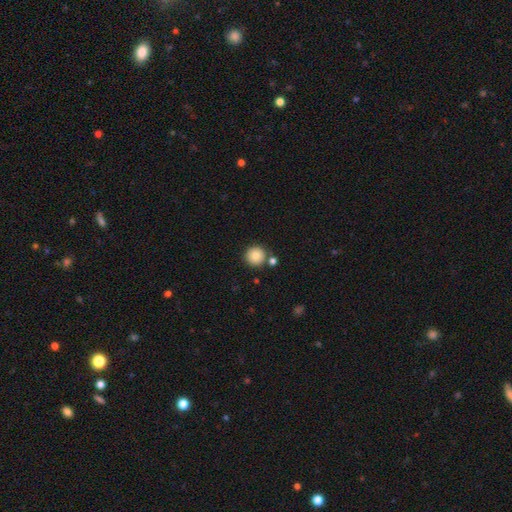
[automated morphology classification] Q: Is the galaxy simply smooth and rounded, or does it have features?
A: smooth — 82%.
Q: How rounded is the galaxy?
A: round — 95%.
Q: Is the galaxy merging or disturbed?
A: none — 82%.